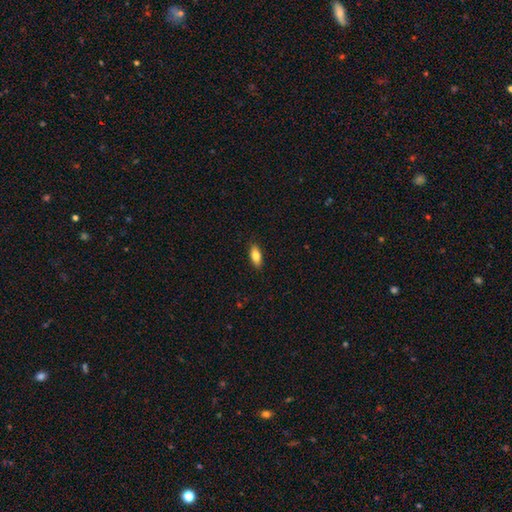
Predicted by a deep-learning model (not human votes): Smooth or featured?
  - smooth: 80% *
  - featured or disk: 13%
  - star or artifact: 7%
How rounded?
  - in between: 83% *
  - cigar-shaped: 14%
  - round: 3%
Merging?
  - none: 89% *
  - minor disturbance: 8%
  - major disturbance: 2%
  - merger: 1%